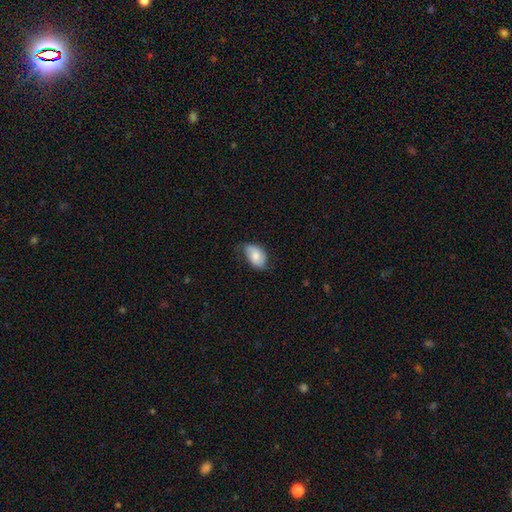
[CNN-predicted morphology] Smooth or featured?
  - smooth: 67% *
  - featured or disk: 26%
  - star or artifact: 7%
How rounded?
  - in between: 90% *
  - round: 8%
  - cigar-shaped: 1%
Merging?
  - none: 57% *
  - minor disturbance: 33%
  - major disturbance: 8%
  - merger: 1%